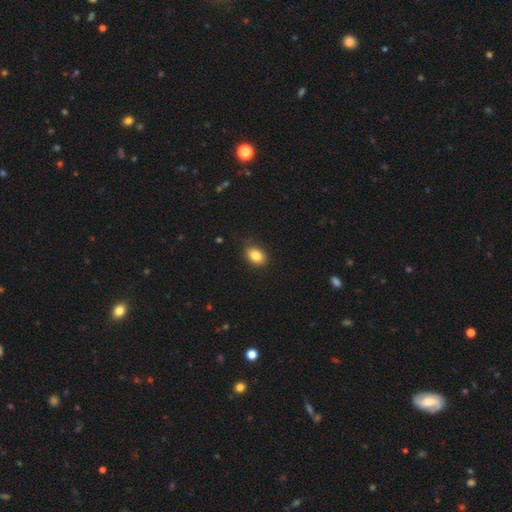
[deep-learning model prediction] Smooth or featured: smooth — 85% (star or artifact — 9%)
How rounded: in between — 79% (round — 20%)
Merging: none — 84% (minor disturbance — 13%)